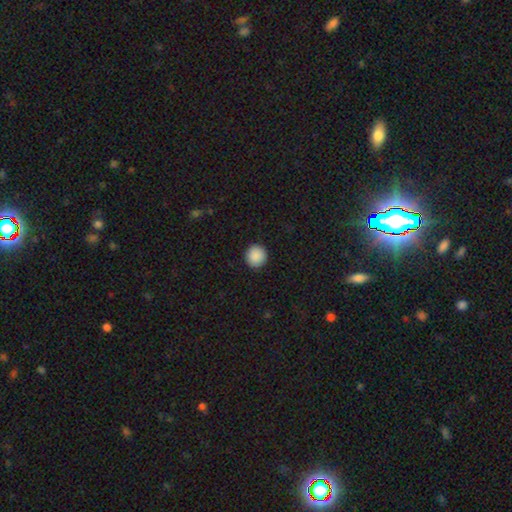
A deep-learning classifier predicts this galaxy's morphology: Overall: smooth (90%). How rounded: round (93%). Merging: none (93%).